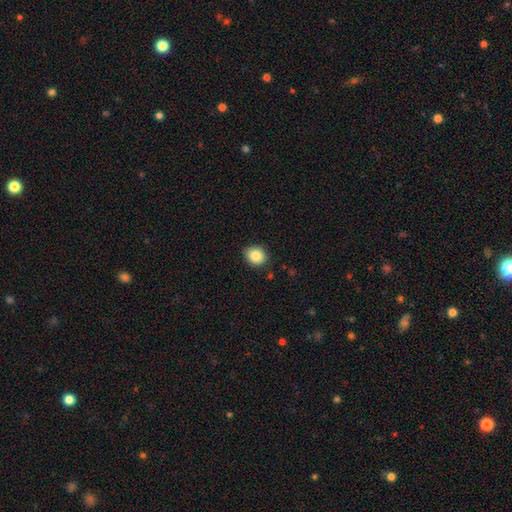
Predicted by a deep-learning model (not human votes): smooth 86%, star or artifact 9%, featured or disk 5%. Down the decision tree: how rounded — round (66%); merging — none (86%).